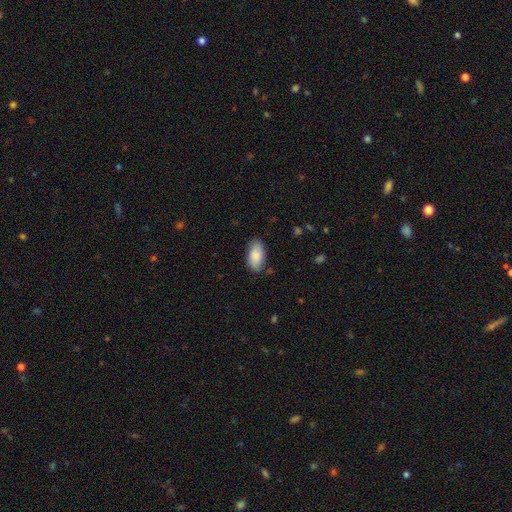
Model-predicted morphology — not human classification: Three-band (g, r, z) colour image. It shows a smooth galaxy with no disk features (87%) that is in between round and cigar-shaped (94%). Merging: none (82%).